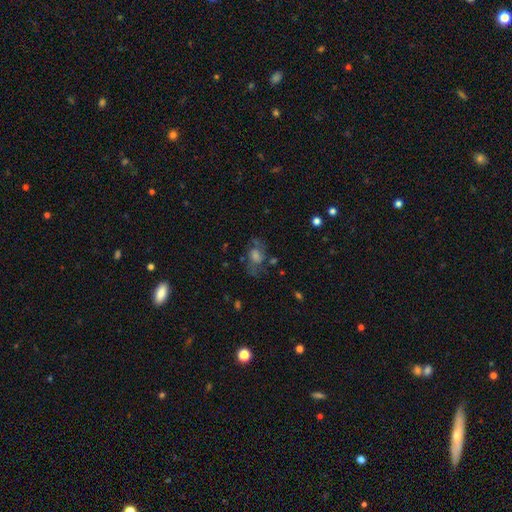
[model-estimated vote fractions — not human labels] Smooth or featured?
  - featured or disk: 51% *
  - smooth: 27%
  - star or artifact: 21%
Edge-on disk?
  - no: 93% *
  - yes: 7%
Merging?
  - none: 66% *
  - minor disturbance: 17%
  - major disturbance: 14%
  - merger: 3%